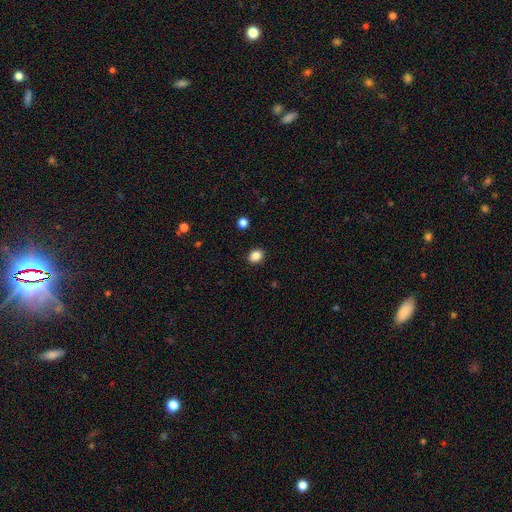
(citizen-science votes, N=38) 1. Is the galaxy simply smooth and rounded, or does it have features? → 92% smooth, 8% star or artifact, 0% featured or disk.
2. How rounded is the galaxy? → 54% in between, 46% round, 0% cigar-shaped.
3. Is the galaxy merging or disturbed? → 89% none, 6% minor disturbance, 3% major disturbance, 3% merger.